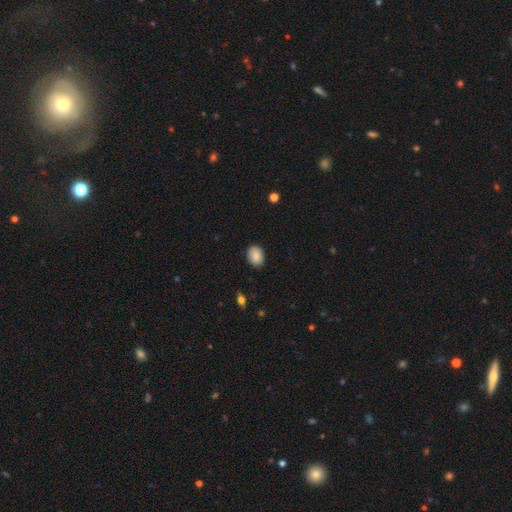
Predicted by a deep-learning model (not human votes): Smooth or featured? Predicted: smooth (p=0.86). How rounded? Predicted: in between (p=0.56). Merging? Predicted: none (p=0.87).